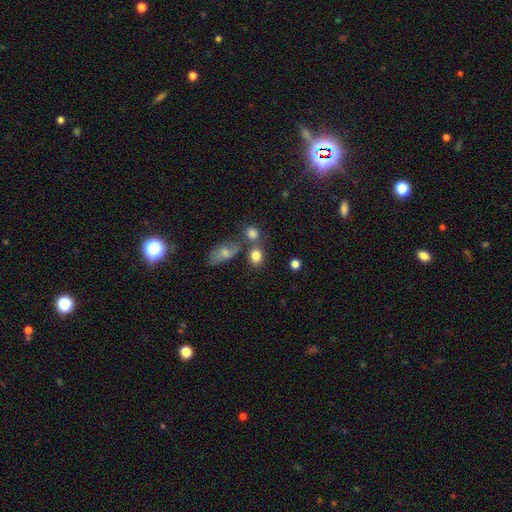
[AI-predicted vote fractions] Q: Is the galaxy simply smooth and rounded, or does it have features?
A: smooth — 81%.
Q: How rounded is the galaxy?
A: round — 52%.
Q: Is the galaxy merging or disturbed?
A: none — 54%.